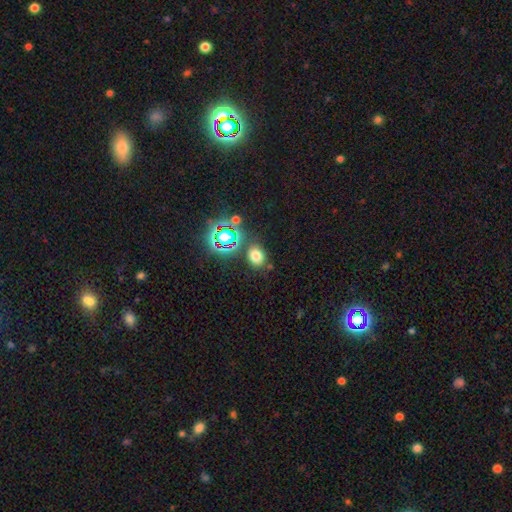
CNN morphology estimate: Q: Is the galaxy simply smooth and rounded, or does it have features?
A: smooth — 69%.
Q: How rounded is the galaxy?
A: in between — 51%.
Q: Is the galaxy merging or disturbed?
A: none — 77%.